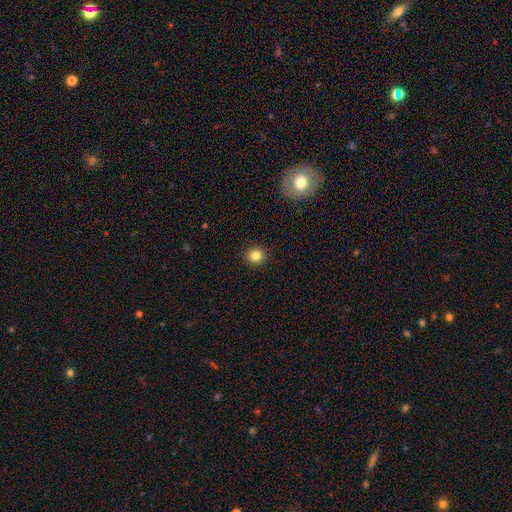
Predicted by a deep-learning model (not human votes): The model was most divided on "smooth or featured": smooth: 83%, star or artifact: 12%, featured or disk: 5%. More confident: merging — none (92%); how rounded — round (92%).